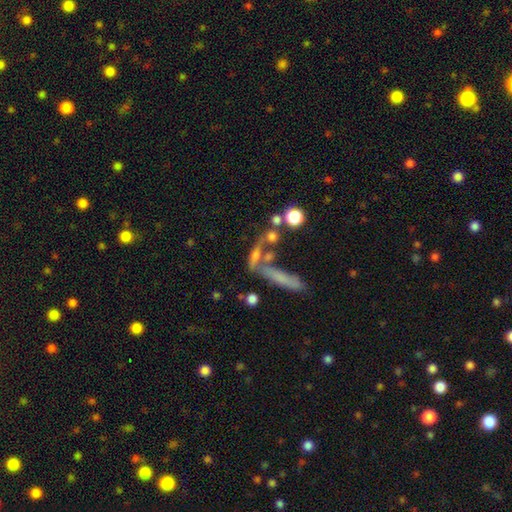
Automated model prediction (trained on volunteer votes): Smooth or featured? Predicted: smooth (p=0.46). Merging? Predicted: none (p=0.39).